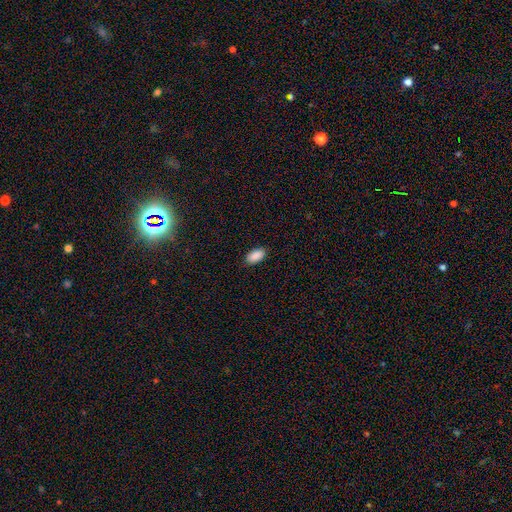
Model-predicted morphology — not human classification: Smooth or featured: smooth — 90% (star or artifact — 7%)
How rounded: in between — 94% (cigar-shaped — 4%)
Merging: none — 88% (minor disturbance — 9%)